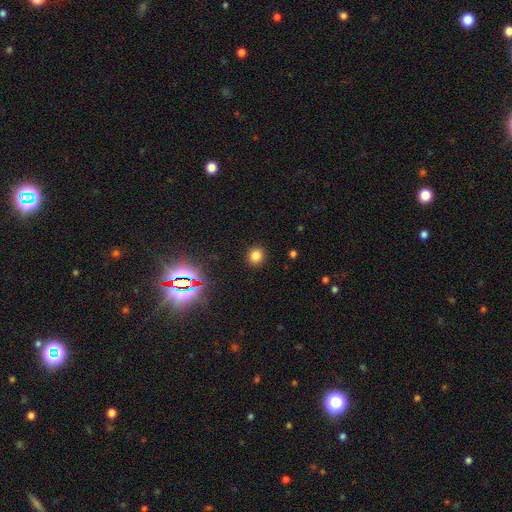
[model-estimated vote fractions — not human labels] This appears to be a smooth galaxy with no disk features (78%) that is round (86%). Merging: none (91%).